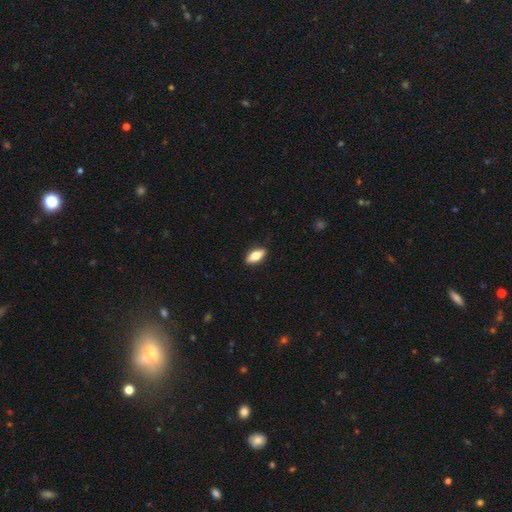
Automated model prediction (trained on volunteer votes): Q: Smooth or featured?
A: smooth (71%); runner-up: featured or disk (22%)
Q: How rounded?
A: in between (82%); runner-up: cigar-shaped (15%)
Q: Merging?
A: none (89%); runner-up: minor disturbance (8%)